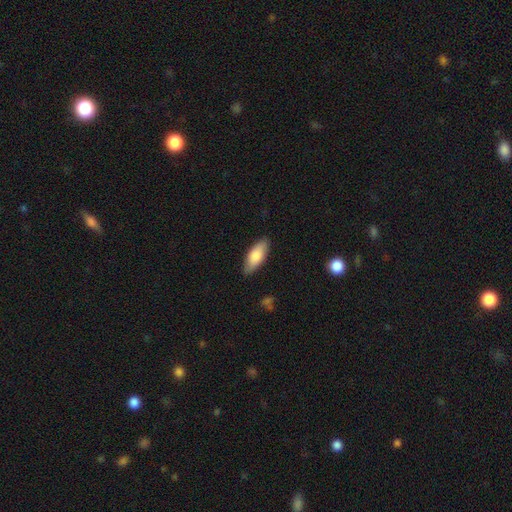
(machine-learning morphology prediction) Smooth or featured?
  - smooth: 80% *
  - featured or disk: 15%
  - star or artifact: 5%
How rounded?
  - in between: 76% *
  - cigar-shaped: 22%
  - round: 2%
Merging?
  - none: 85% *
  - minor disturbance: 12%
  - major disturbance: 2%
  - merger: 1%